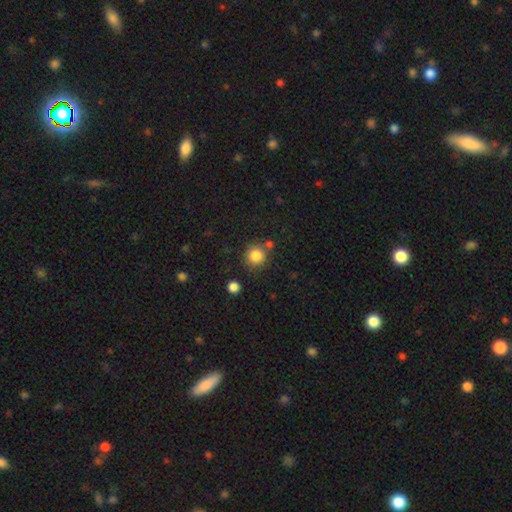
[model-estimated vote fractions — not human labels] smooth 84%, star or artifact 11%, featured or disk 5%. Down the decision tree: how rounded — round (92%); merging — none (79%).